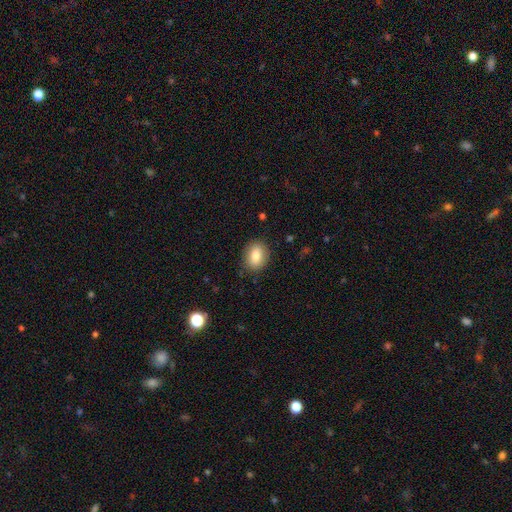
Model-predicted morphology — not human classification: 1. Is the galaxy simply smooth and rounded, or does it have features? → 84% smooth, 8% featured or disk, 8% star or artifact.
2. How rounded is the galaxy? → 68% in between, 31% round, 1% cigar-shaped.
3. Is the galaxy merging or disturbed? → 85% none, 11% minor disturbance, 3% major disturbance, 1% merger.